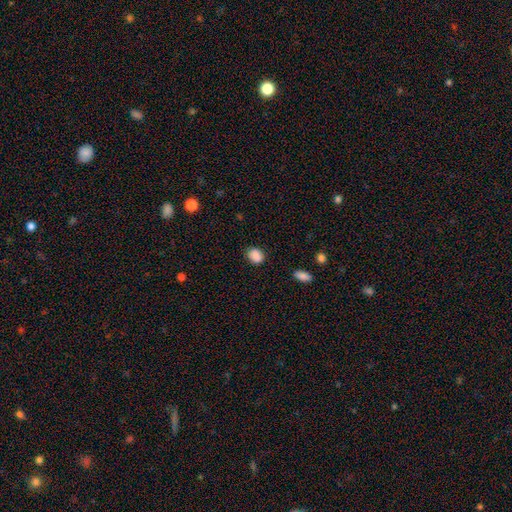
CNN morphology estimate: smooth 87%, star or artifact 9%, featured or disk 4%. Down the decision tree: how rounded — in between (60%); merging — none (79%).